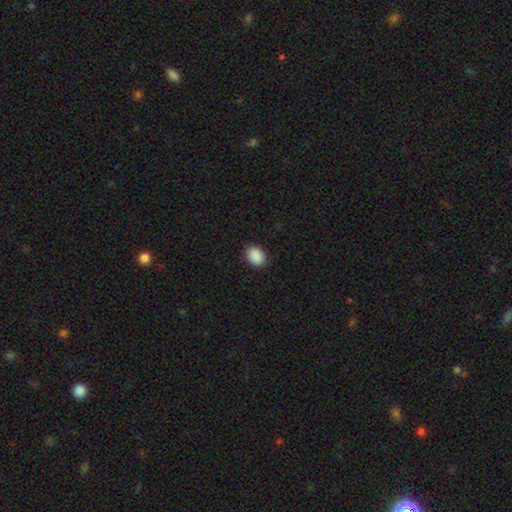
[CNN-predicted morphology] smooth 90%, star or artifact 8%, featured or disk 3%. Down the decision tree: how rounded — in between (66%); merging — none (87%).